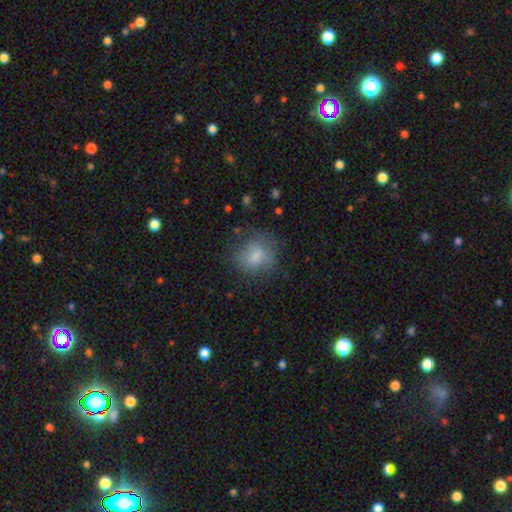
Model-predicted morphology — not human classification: A smooth galaxy with no disk features (74%) that is round (67%). Merging: none (62%).